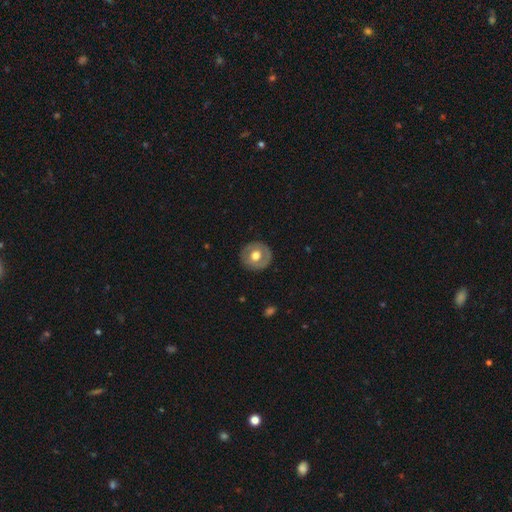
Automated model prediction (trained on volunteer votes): Smooth or featured? smooth (50%)
How rounded? round (90%)
Merging? none (86%)